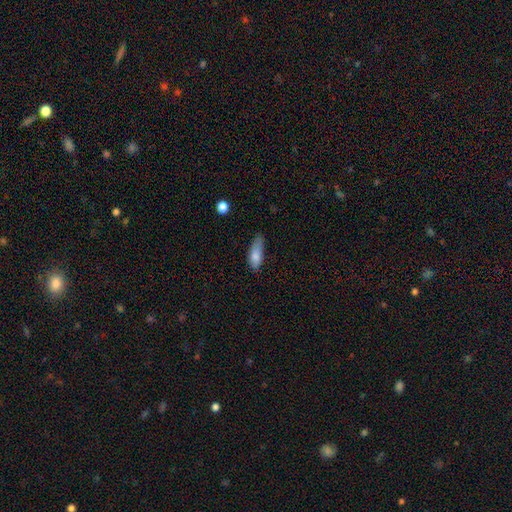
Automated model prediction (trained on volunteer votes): Smooth or featured? Predicted: smooth (p=0.82). How rounded? Predicted: in between (p=0.73). Merging? Predicted: none (p=0.44).